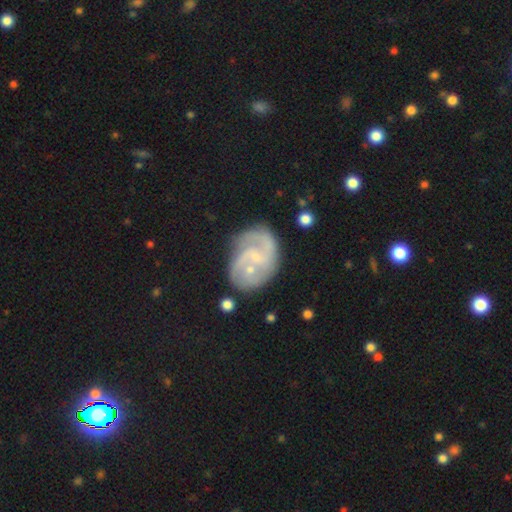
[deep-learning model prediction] The model was most divided on "spiral winding": medium: 47%, tight: 36%, loose: 17%. More confident: edge-on disk — no (98%); spiral arms — yes (94%); smooth or featured — featured or disk (82%); bulge size — small (75%); merging — none (58%); bar — no (54%); spiral arm count — 2 (54%).